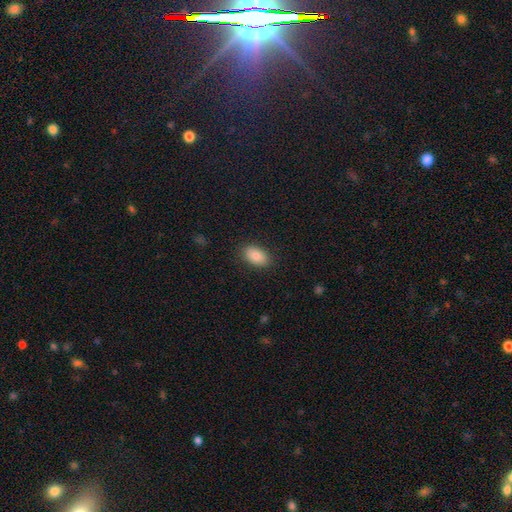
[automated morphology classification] The model was most divided on "merging": none: 87%, minor disturbance: 10%, major disturbance: 2%, merger: 1%. More confident: how rounded — in between (91%); smooth or featured — smooth (85%).